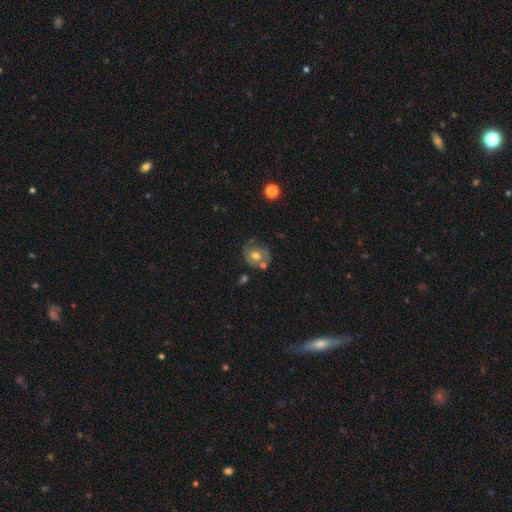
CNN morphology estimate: The model was most divided on "smooth or featured": featured or disk: 61%, smooth: 31%, star or artifact: 8%. More confident: edge-on disk — no (97%); spiral arms — yes (75%); bulge size — moderate (74%); bar — no (66%); merging — none (56%).